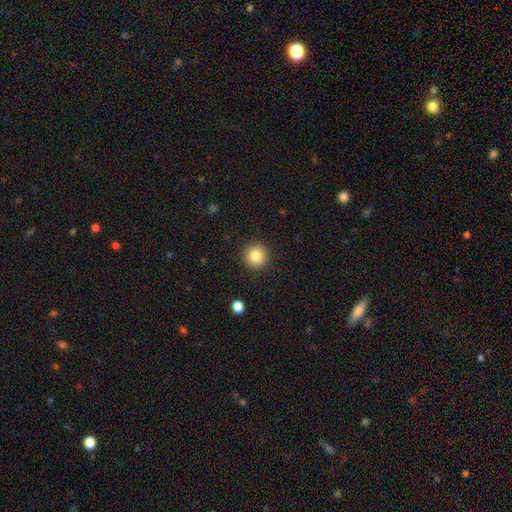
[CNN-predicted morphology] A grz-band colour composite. It shows a smooth galaxy with no disk features (83%) that is round (95%). Merging: none (91%).